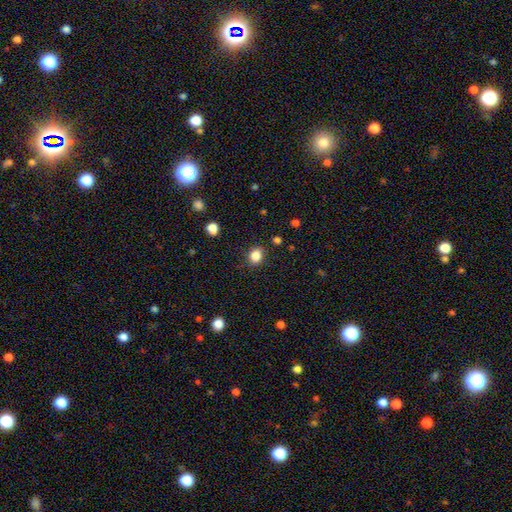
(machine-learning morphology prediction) The model was most divided on "how rounded": round: 58%, in between: 41%, cigar-shaped: 1%. More confident: smooth or featured — smooth (85%); merging — none (84%).